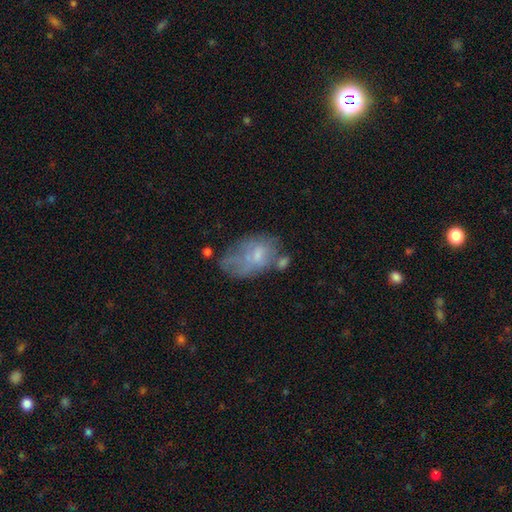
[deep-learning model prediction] Smooth or featured?
  - smooth: 50% *
  - featured or disk: 41%
  - star or artifact: 10%
Merging?
  - none: 31% *
  - minor disturbance: 28%
  - major disturbance: 25%
  - merger: 15%